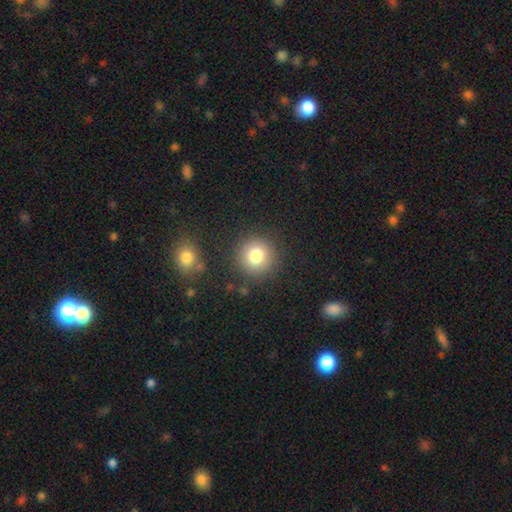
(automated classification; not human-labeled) Overall: smooth (79%). How rounded: round (94%). Merging: none (87%).